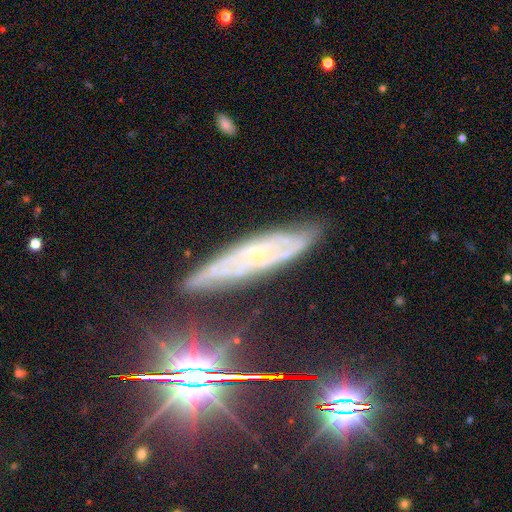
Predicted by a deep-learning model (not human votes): Q: Smooth or featured?
A: featured or disk (69%); runner-up: smooth (16%)
Q: Edge-on disk?
A: no (64%); runner-up: yes (36%)
Q: Merging?
A: none (78%); runner-up: minor disturbance (16%)